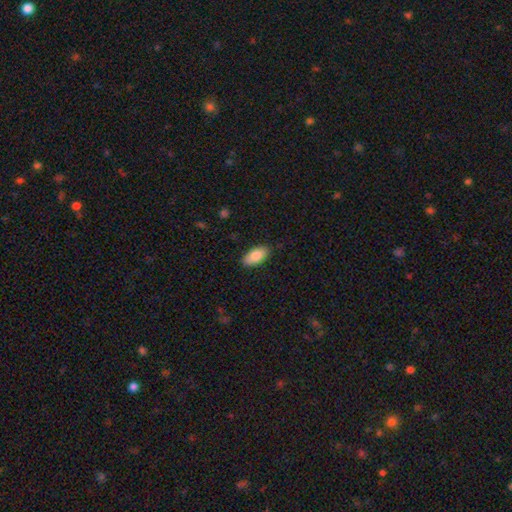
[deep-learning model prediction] Morphology: type=smooth (84%); roundness=in between (93%); merging=none (86%).